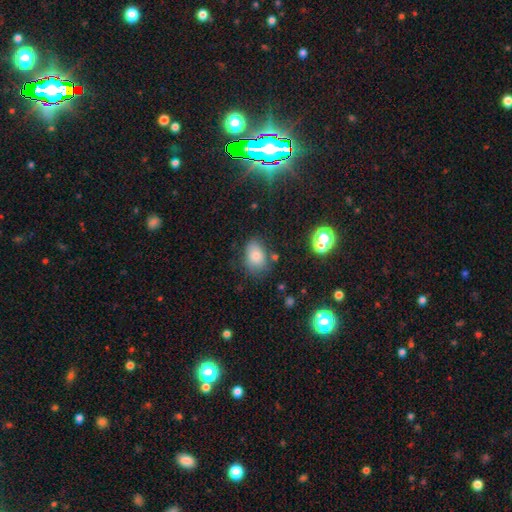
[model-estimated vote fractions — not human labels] Smooth or featured?
  - smooth: 75% *
  - star or artifact: 14%
  - featured or disk: 11%
How rounded?
  - in between: 78% *
  - round: 21%
  - cigar-shaped: 1%
Merging?
  - none: 72% *
  - minor disturbance: 19%
  - major disturbance: 5%
  - merger: 4%